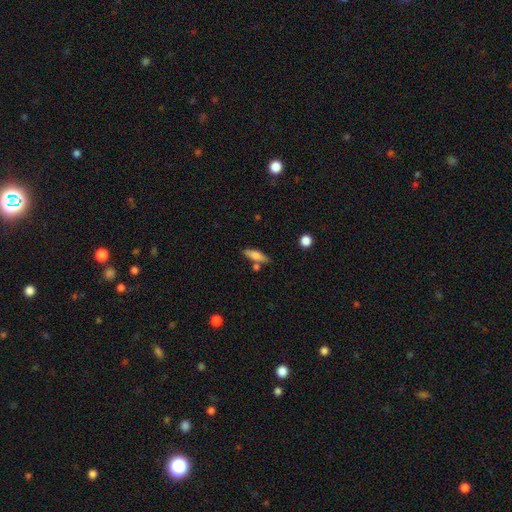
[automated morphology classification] This appears to be a smooth galaxy with no disk features (71%) that is cigar-shaped (57%). Merging: none (71%).